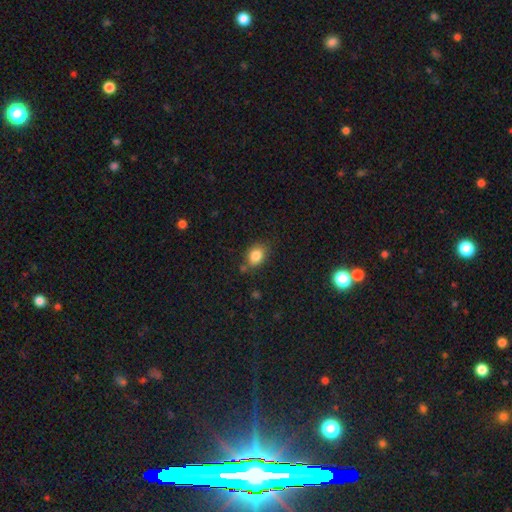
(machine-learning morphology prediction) Smooth or featured?
  - smooth: 84% *
  - star or artifact: 10%
  - featured or disk: 7%
How rounded?
  - in between: 59% *
  - round: 40%
  - cigar-shaped: 1%
Merging?
  - none: 71% *
  - minor disturbance: 18%
  - merger: 6%
  - major disturbance: 4%